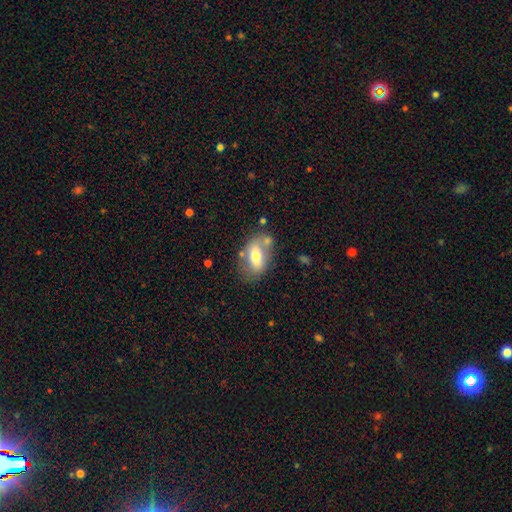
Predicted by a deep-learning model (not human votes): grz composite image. It shows a smooth galaxy with no disk features (58%) that is in between round and cigar-shaped (85%). Merging: none (60%).